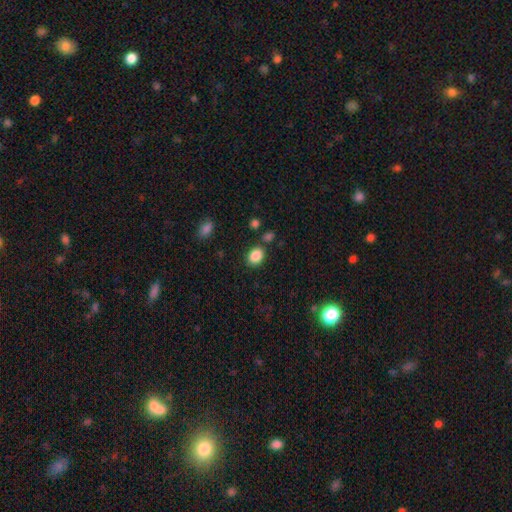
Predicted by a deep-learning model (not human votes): This is clearly a smooth galaxy (87%). How rounded: possibly in between (58%). Merging: likely none (80%).